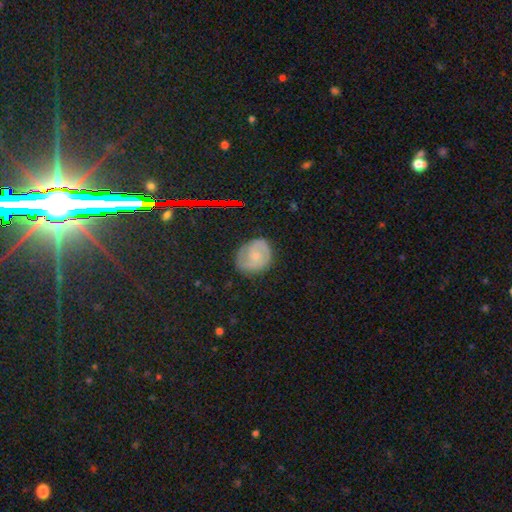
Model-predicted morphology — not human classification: Overall: featured or disk (67%). Edge-on disk: no (98%). Bar: no (62%; weak 32%). Spiral arms: yes (92%). Spiral arm count: 2 (77%). Spiral winding: tight (49%; medium 41%). Bulge size: small (62%; moderate 25%). Merging: none (78%).